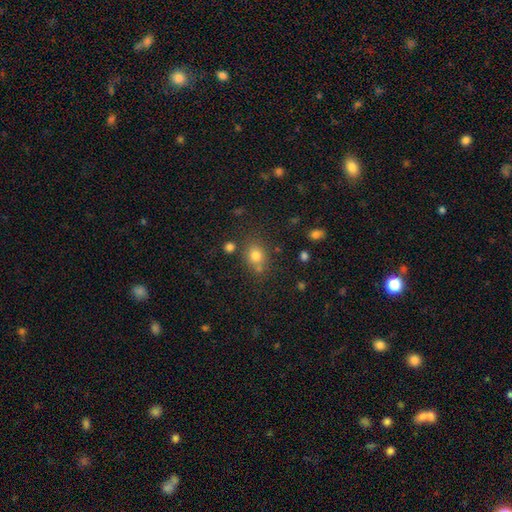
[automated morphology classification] Smooth or featured?
  - smooth: 75% *
  - star or artifact: 16%
  - featured or disk: 9%
How rounded?
  - round: 64% *
  - in between: 35%
  - cigar-shaped: 1%
Merging?
  - none: 69% *
  - merger: 13%
  - minor disturbance: 13%
  - major disturbance: 4%